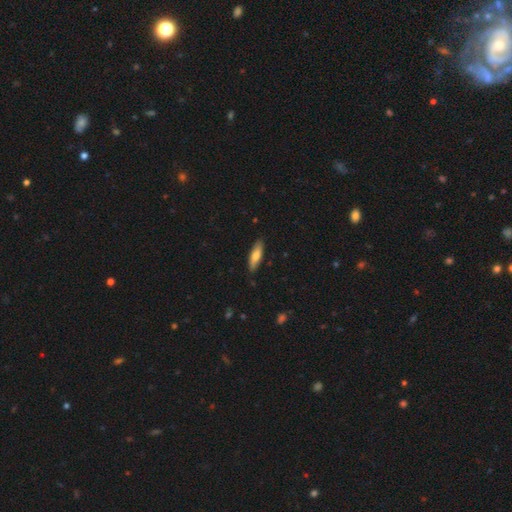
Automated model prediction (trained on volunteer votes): smooth_or_featured: smooth (p=0.71) [alt: featured or disk p=0.24]
how_rounded: cigar-shaped (p=0.60) [alt: in between p=0.39]
merging: none (p=0.85) [alt: minor disturbance p=0.12]